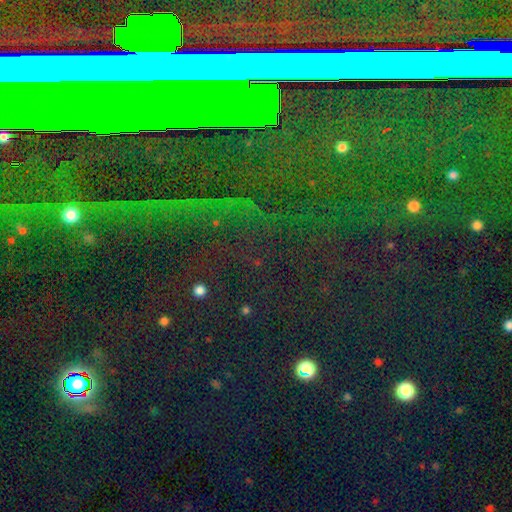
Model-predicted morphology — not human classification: Q: Smooth or featured?
A: star or artifact (78%); runner-up: smooth (12%)